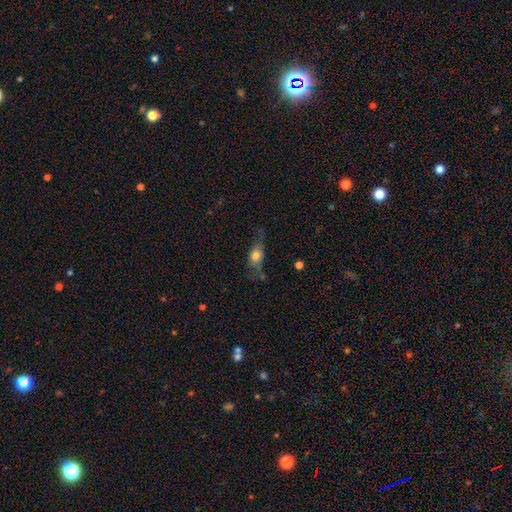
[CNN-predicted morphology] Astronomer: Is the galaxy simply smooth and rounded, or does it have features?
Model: smooth — 66%.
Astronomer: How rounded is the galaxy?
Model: in between — 69%.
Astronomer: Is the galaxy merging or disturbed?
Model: none — 44% (runner-up: minor disturbance, 31%).